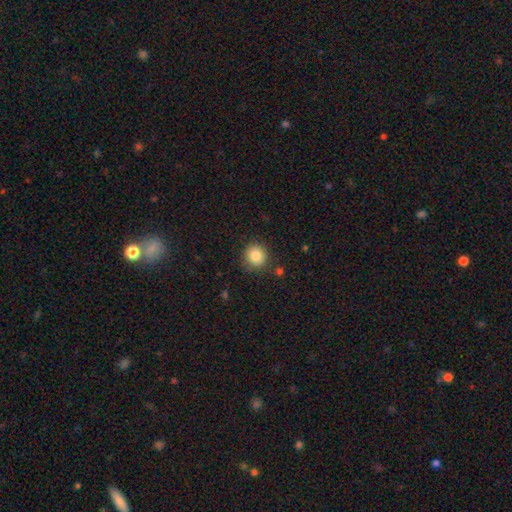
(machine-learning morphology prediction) This is clearly a smooth galaxy (84%). How rounded: clearly round (90%). Merging: clearly none (86%).